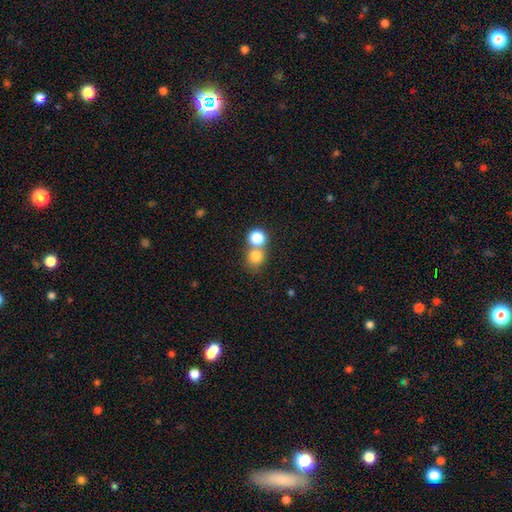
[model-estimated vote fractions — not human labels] Morphology: type=smooth (79%); roundness=round (83%); merging=none (47%).